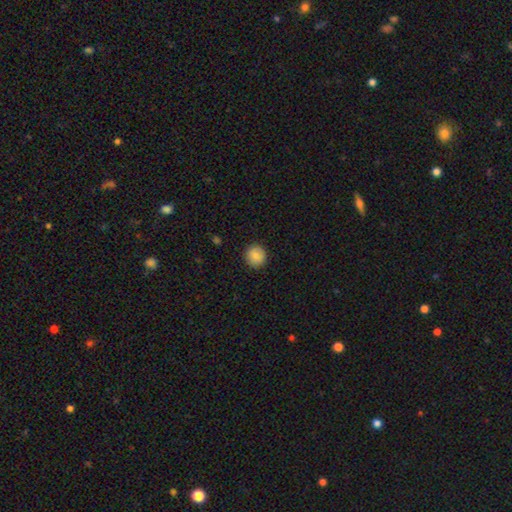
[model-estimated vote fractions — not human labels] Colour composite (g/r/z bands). It shows a smooth galaxy with no disk features (86%) that is round (93%). Merging: none (91%).